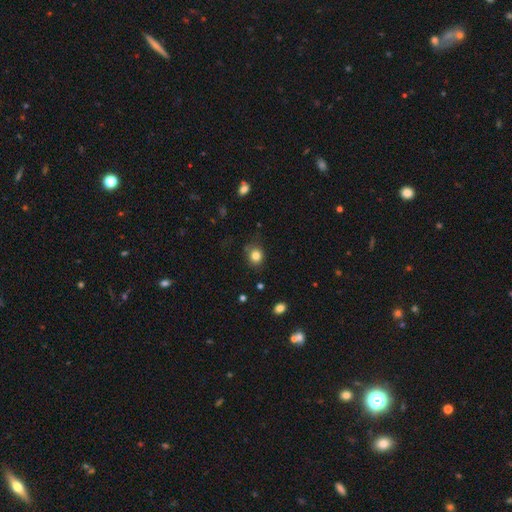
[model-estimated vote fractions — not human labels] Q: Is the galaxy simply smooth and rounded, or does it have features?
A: smooth — 82%.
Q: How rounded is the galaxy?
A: round — 76%.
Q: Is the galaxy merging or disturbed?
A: none — 77%.